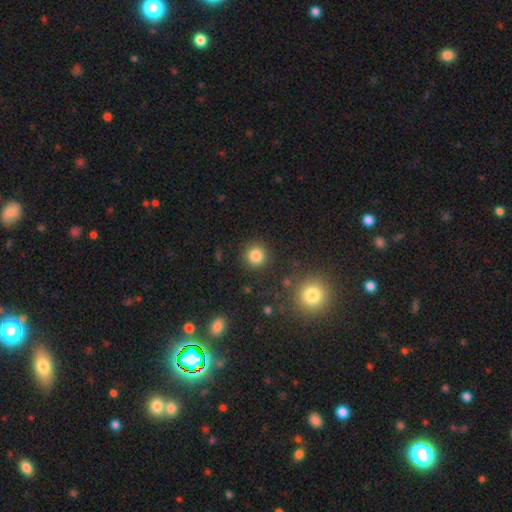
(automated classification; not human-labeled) Smooth or featured: smooth — 84% (star or artifact — 12%)
How rounded: round — 93% (in between — 6%)
Merging: none — 88% (minor disturbance — 6%)